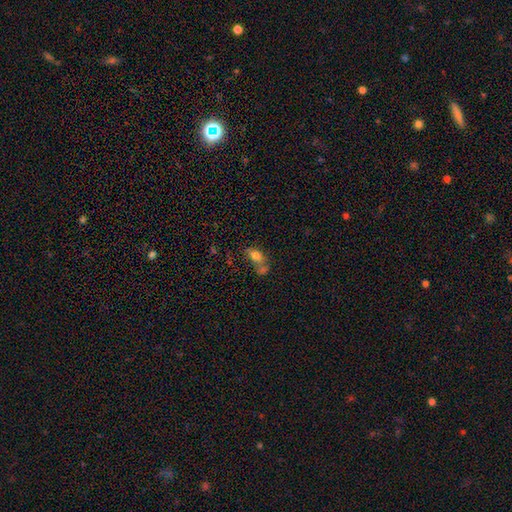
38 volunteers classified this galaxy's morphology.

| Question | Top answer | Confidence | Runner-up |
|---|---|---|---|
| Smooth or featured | smooth | 92% | star or artifact (5%) |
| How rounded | in between | 74% | round (14%) |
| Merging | merger | 53% | none (19%) |